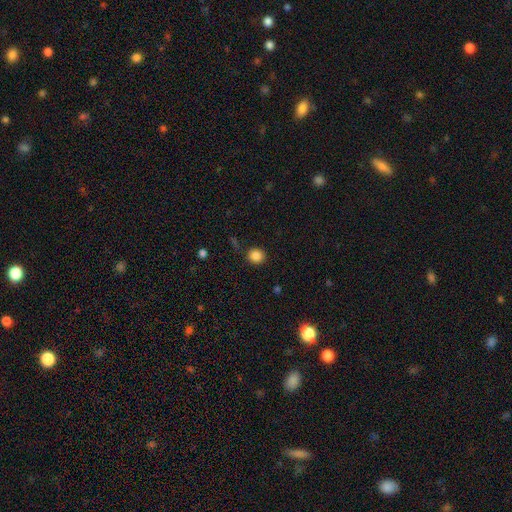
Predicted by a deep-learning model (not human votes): Overall: smooth (86%). How rounded: round (85%). Merging: none (86%).